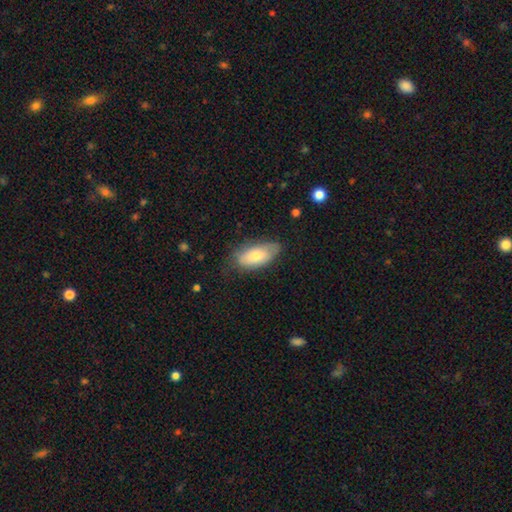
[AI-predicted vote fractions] This appears to be a smooth galaxy with no disk features (73%) that is in between round and cigar-shaped (90%). Merging: none (69%).